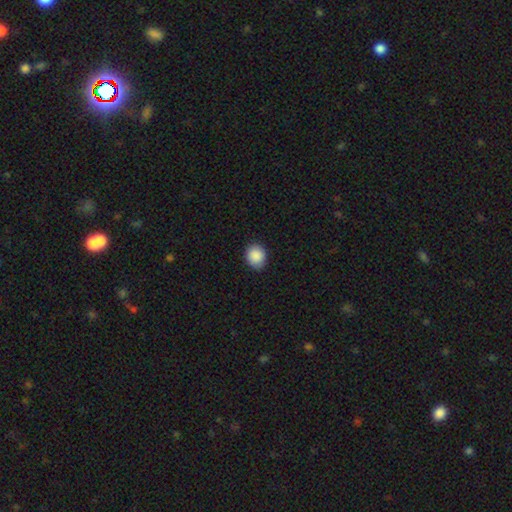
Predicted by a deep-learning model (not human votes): Morphology: type=smooth (89%); roundness=round (69%); merging=none (86%).